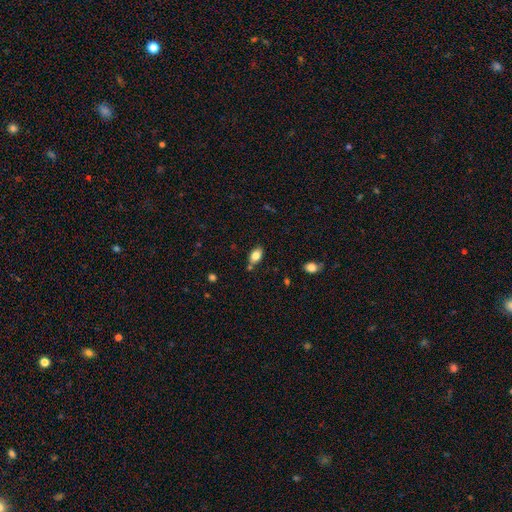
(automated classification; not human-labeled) Smooth or featured? Predicted: smooth (p=0.80). How rounded? Predicted: in between (p=0.89). Merging? Predicted: none (p=0.75).